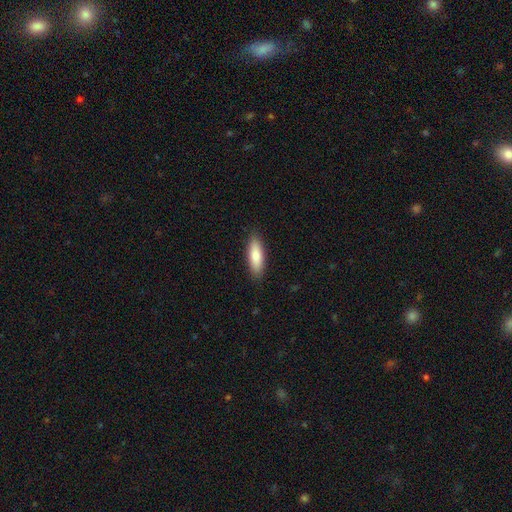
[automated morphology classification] type=smooth (81%); roundness=in between (56%); merging=none (88%).